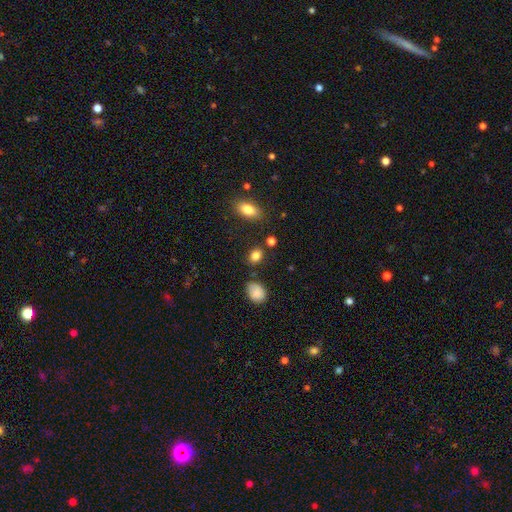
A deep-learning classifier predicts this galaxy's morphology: Smooth or featured? Predicted: smooth (p=0.83). How rounded? Predicted: in between (p=0.63). Merging? Predicted: none (p=0.79).